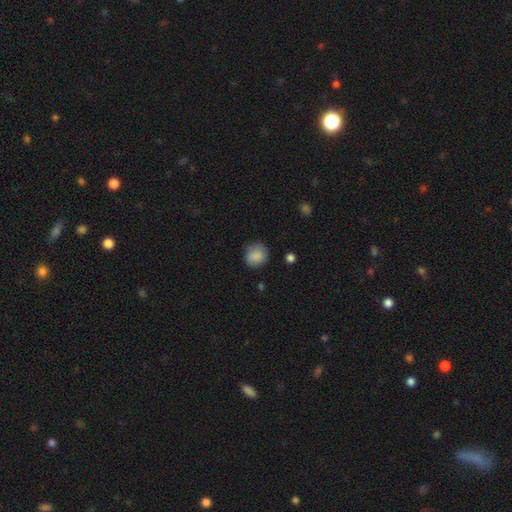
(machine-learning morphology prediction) smooth_or_featured: smooth (p=0.86) [alt: star or artifact p=0.08]
how_rounded: round (p=0.81) [alt: in between p=0.18]
merging: none (p=0.73) [alt: minor disturbance p=0.20]